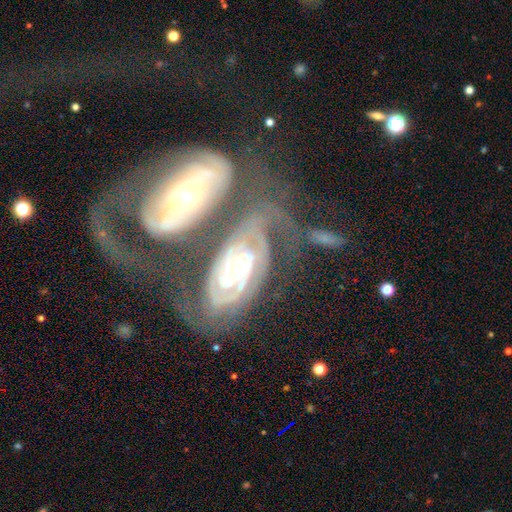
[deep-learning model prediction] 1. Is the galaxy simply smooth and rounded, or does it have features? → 73% featured or disk, 19% smooth, 8% star or artifact.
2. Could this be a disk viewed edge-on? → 89% no, 11% yes.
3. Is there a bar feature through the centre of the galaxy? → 63% no, 22% weak, 14% strong.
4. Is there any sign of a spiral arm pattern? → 70% yes, 30% no.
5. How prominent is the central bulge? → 51% moderate, 29% small, 15% large, 3% dominant, 3% none.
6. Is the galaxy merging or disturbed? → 66% merger, 14% none, 13% major disturbance, 7% minor disturbance.